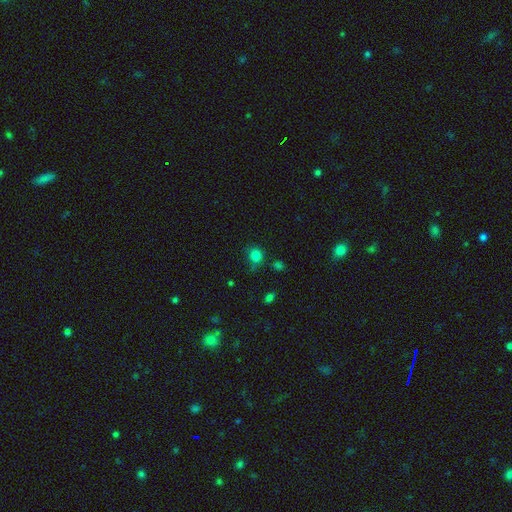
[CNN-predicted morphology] This appears to be a smooth galaxy with no disk features (80%) that is round (82%). Merging: none (69%).